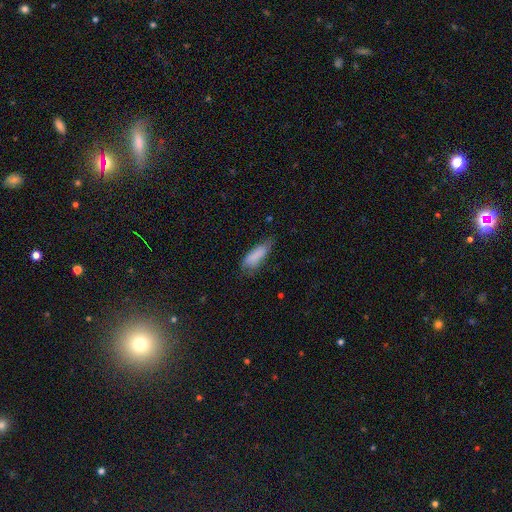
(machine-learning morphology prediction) smooth-or-featured: smooth: 82% | featured or disk: 11% | star or artifact: 7%
  how-rounded: in between: 59% | cigar-shaped: 38% | round: 2%
  merging: none: 45% | minor disturbance: 39% | major disturbance: 14% | merger: 2%